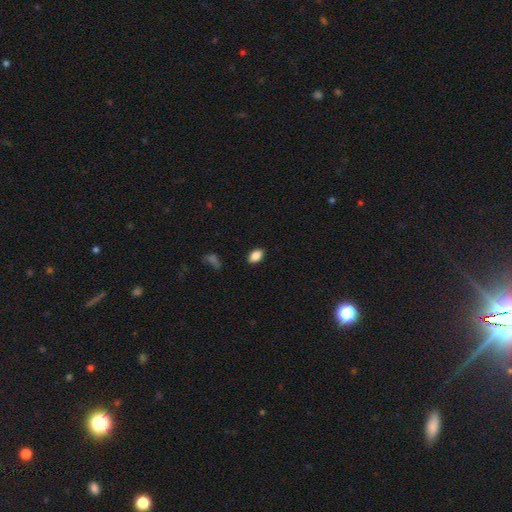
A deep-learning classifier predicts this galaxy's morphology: Smooth or featured? Predicted: smooth (p=0.87). How rounded? Predicted: in between (p=0.90). Merging? Predicted: none (p=0.88).